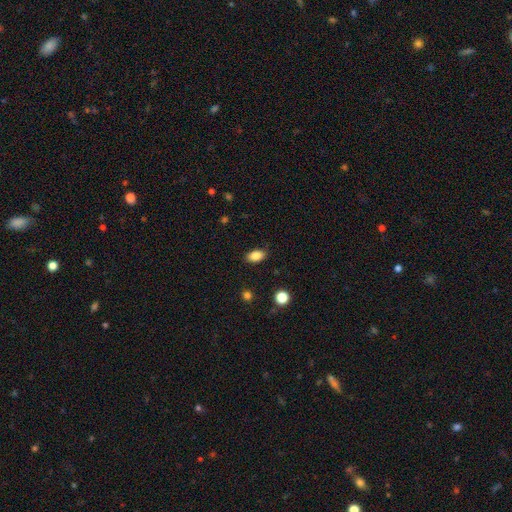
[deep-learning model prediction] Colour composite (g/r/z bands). It shows a smooth galaxy with no disk features (86%) that is in between round and cigar-shaped (89%). Merging: none (86%).